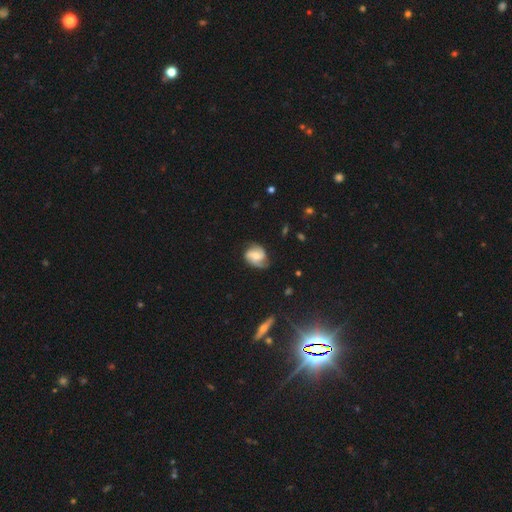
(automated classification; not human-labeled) smooth_or_featured: featured or disk (p=0.72) [alt: smooth p=0.21]
disk_edge_on: no (p=0.97) [alt: yes p=0.03]
bar: no (p=0.44) [alt: weak p=0.43]
has_spiral_arms: yes (p=0.94) [alt: no p=0.06]
spiral_winding: medium (p=0.46) [alt: tight p=0.29]
spiral_arm_count: 2 (p=0.76) [alt: 3 p=0.08]
bulge_size: moderate (p=0.55) [alt: small p=0.35]
merging: none (p=0.70) [alt: minor disturbance p=0.21]